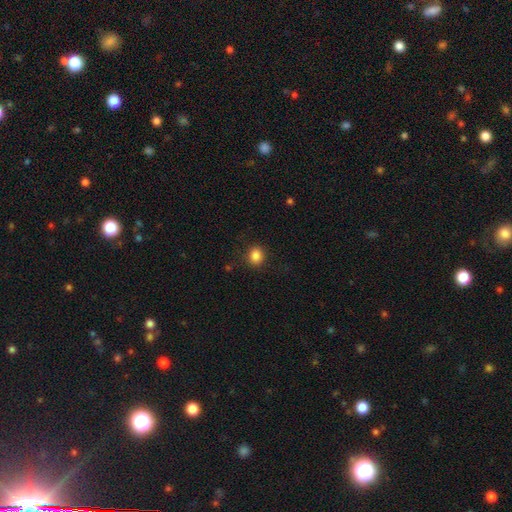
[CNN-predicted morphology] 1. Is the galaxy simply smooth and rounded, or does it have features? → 86% smooth, 10% star or artifact, 4% featured or disk.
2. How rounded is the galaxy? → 68% round, 31% in between, 1% cigar-shaped.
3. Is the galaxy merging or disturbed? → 87% none, 9% minor disturbance, 3% major disturbance, 1% merger.